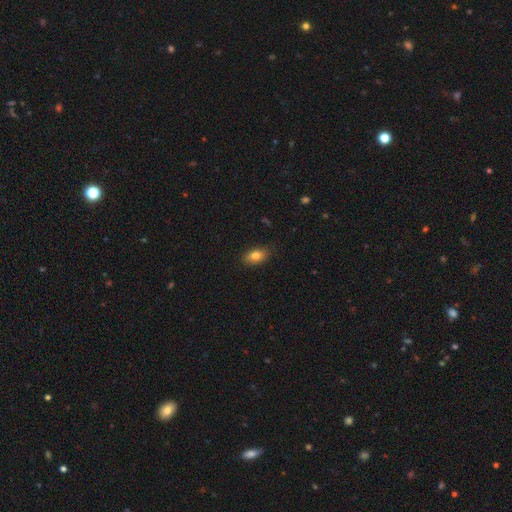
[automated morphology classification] type=smooth (82%); roundness=in between (87%); merging=none (85%).